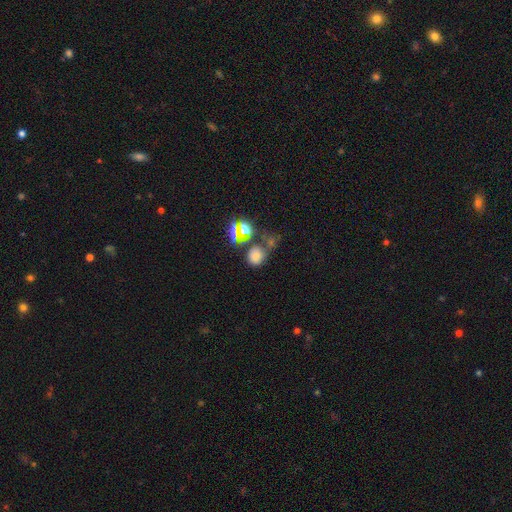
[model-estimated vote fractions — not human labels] Smooth or featured? Predicted: smooth (p=0.63). How rounded? Predicted: round (p=0.71). Merging? Predicted: none (p=0.56).